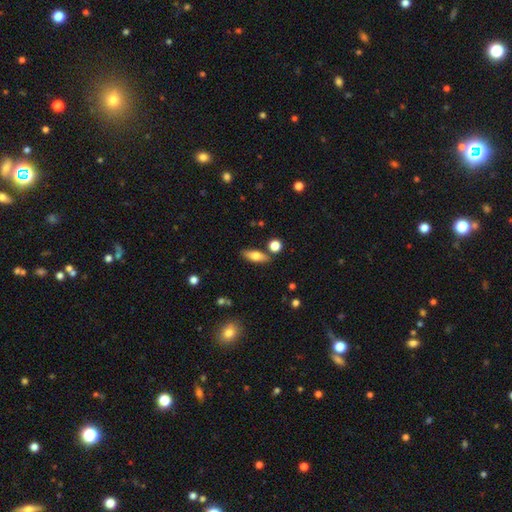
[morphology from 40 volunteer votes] This appears to be a smooth galaxy with no disk features (70%) that is in between round and cigar-shaped (64%). Merging: none (79%).